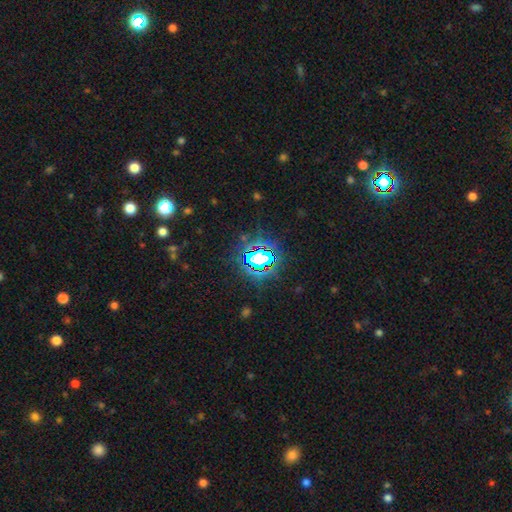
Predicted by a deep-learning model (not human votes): Smooth or featured?
  - star or artifact: 76% *
  - smooth: 14%
  - featured or disk: 10%